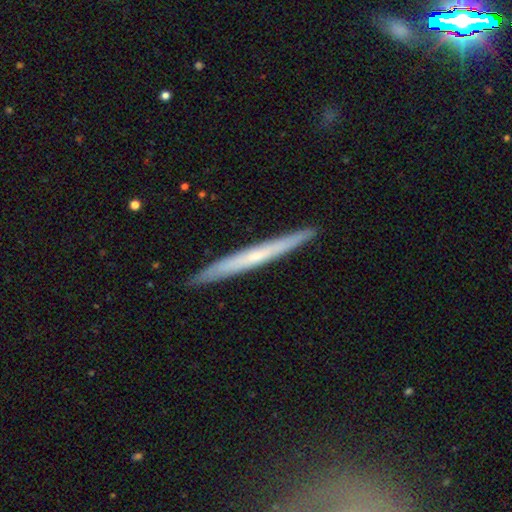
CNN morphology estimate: This appears to be a featured or disk galaxy (54%) viewed edge-on (95%) with no central bulge (68%). Merging: none (92%).